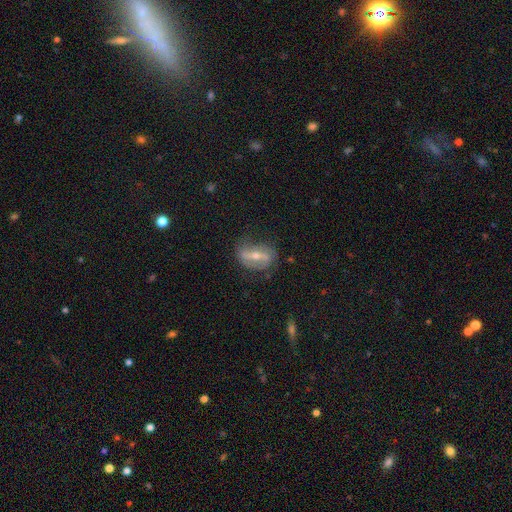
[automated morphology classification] A featured or disk galaxy (72%) with a strong bar (57%), spiral arms (72%) and a moderate central bulge (49%).

Vote fractions:
- Smooth or featured? featured or disk: 72% / smooth: 19% / star or artifact: 9%
- Edge-on disk? no: 89% / yes: 11%
- Bar? strong: 57% / weak: 28% / no: 16%
- Spiral arms? yes: 72% / no: 28%
- Bulge size? moderate: 49% / small: 47% / none: 2% / large: 2% / dominant: 1%
- Merging? none: 67% / minor disturbance: 21% / major disturbance: 10% / merger: 2%